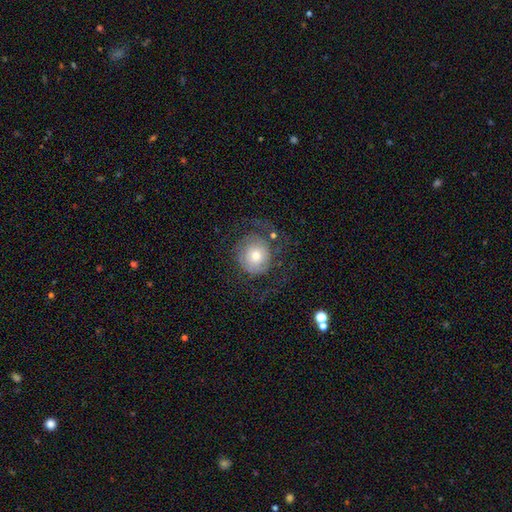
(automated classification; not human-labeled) This appears to be a featured or disk galaxy (57%) with no bar (80%), spiral arms (77%) and a moderate central bulge (62%). Merging: none (57%).